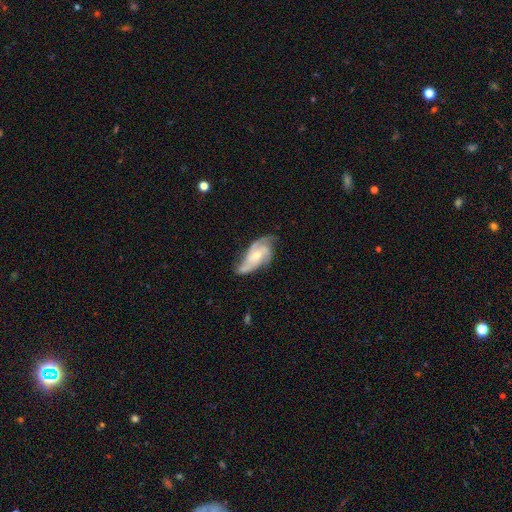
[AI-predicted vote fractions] A featured or disk galaxy (82%) with no bar (63%), 3 (51%) medium (47%) spiral arms (95%) and a moderate central bulge (55%). Merging: none (56%).